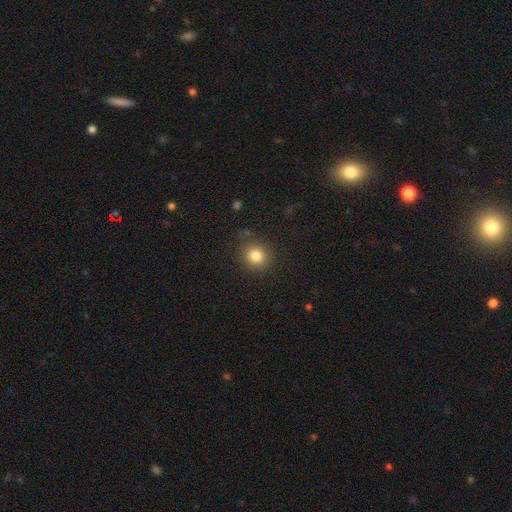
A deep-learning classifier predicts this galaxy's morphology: smooth-or-featured: smooth: 82% | star or artifact: 12% | featured or disk: 6%
  how-rounded: round: 83% | in between: 16% | cigar-shaped: 1%
  merging: none: 84% | minor disturbance: 10% | major disturbance: 4% | merger: 2%